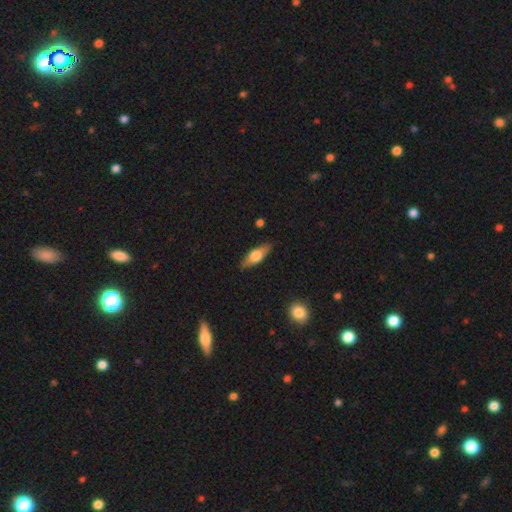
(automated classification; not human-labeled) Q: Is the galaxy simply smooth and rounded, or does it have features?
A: smooth — 49%.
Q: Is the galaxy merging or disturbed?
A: none — 86%.